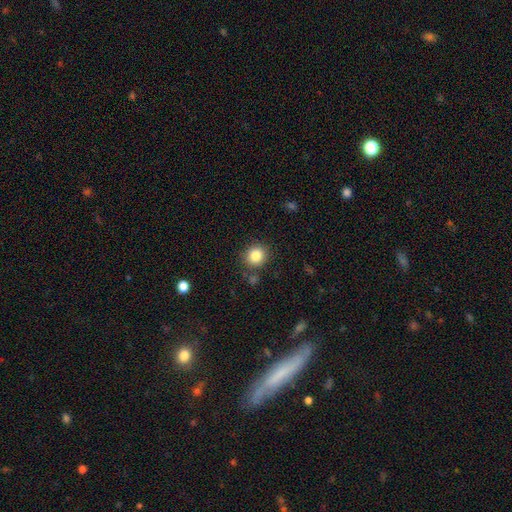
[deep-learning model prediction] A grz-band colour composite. It shows a smooth galaxy with no disk features (85%) that is round (85%). Merging: none (84%).